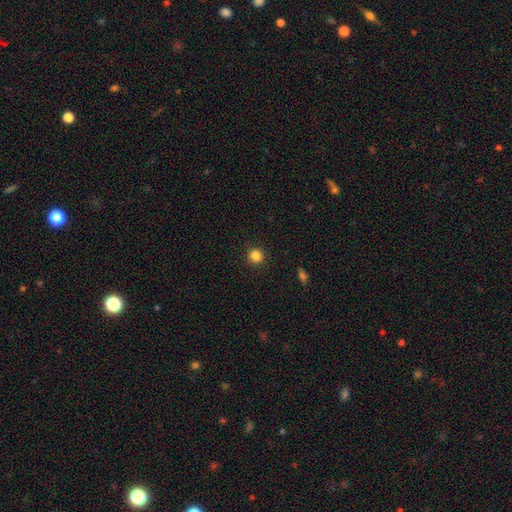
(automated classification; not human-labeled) smooth 85%, star or artifact 11%, featured or disk 4%. Down the decision tree: how rounded — round (94%); merging — none (92%).